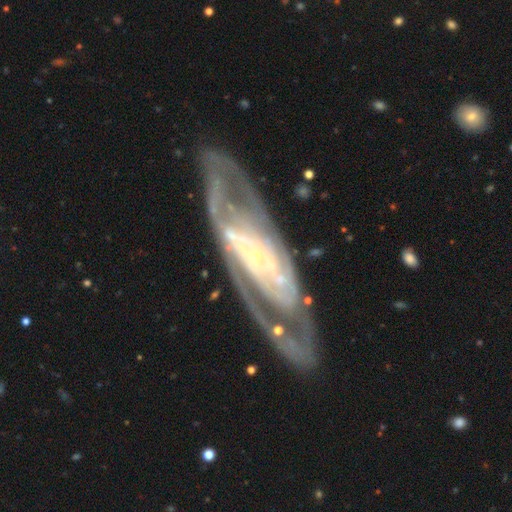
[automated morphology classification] A featured or disk galaxy (87%) with no bar (57%), 2 (49%) tight (53%) spiral arms (90%) and a small central bulge (82%). Merging: none (69%).